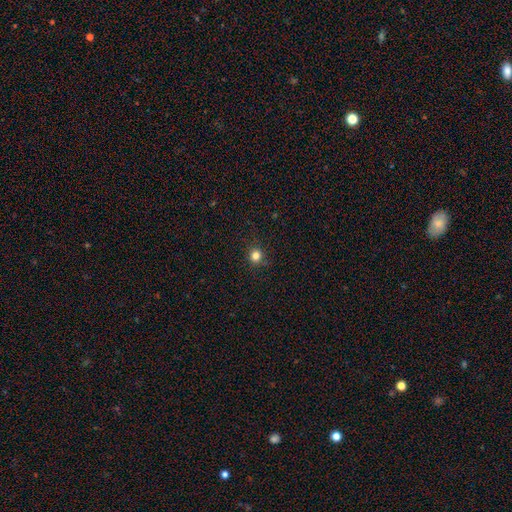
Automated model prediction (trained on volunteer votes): This is clearly a smooth galaxy (81%). How rounded: clearly round (93%). Merging: clearly none (89%).